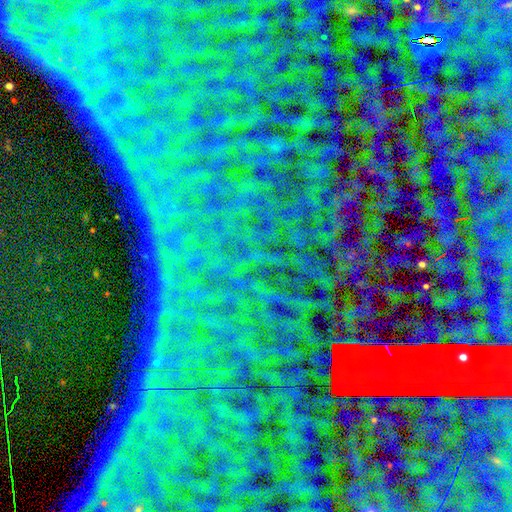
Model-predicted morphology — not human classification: This is clearly a star or artifact rather than a galaxy (87%).